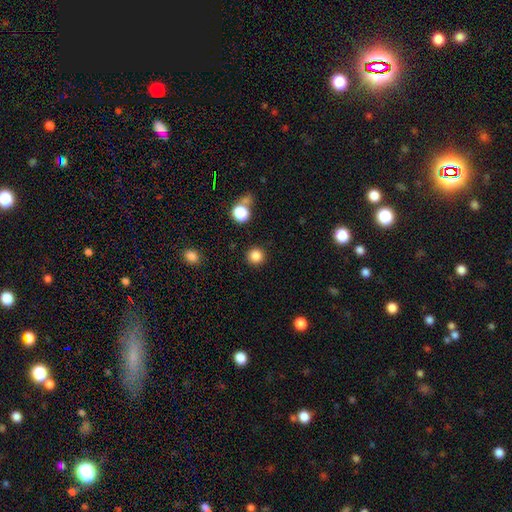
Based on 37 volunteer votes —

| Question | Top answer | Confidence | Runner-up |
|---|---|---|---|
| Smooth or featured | smooth | 95% | star or artifact (5%) |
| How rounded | round | 100% | — |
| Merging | none | 91% | major disturbance (6%) |